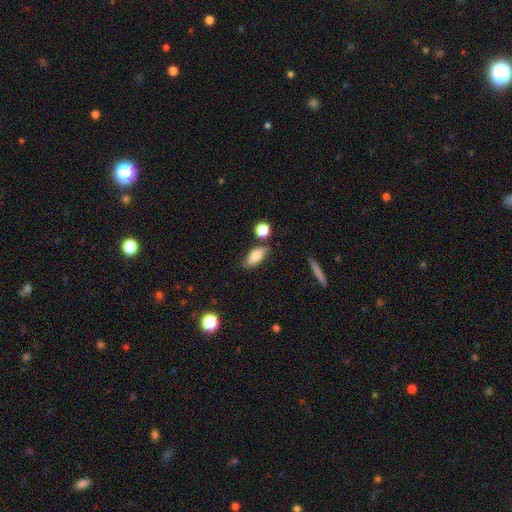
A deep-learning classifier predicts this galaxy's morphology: Smooth or featured? smooth (76%)
How rounded? in between (78%)
Merging? none (74%)